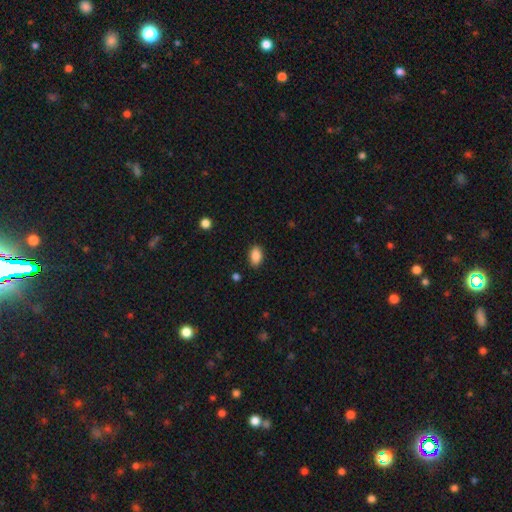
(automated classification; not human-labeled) Overall: smooth (88%). How rounded: in between (90%). Merging: none (87%).